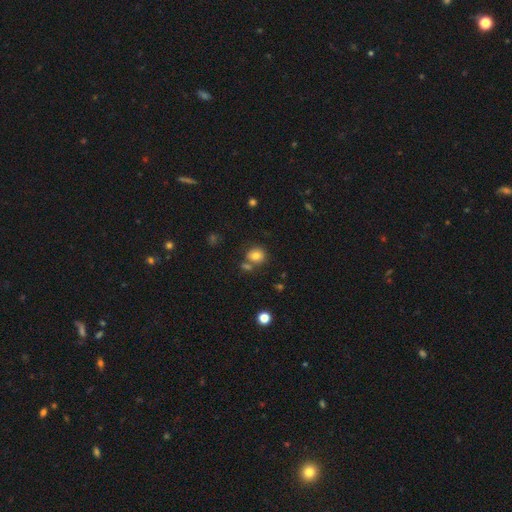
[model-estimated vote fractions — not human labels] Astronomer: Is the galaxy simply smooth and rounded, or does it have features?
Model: smooth — 80%.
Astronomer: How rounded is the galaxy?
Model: round — 77%.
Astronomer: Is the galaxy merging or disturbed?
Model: none — 64%.